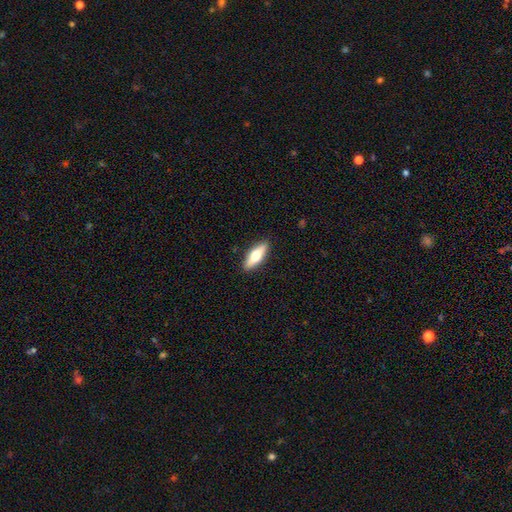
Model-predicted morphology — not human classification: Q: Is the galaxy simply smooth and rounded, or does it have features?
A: smooth — 57%.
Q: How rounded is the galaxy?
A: in between — 55%.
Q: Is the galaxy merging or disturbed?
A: none — 90%.